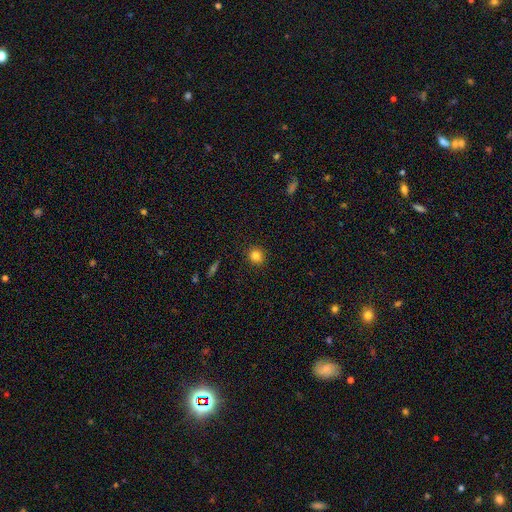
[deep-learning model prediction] smooth-or-featured: smooth: 82% | star or artifact: 12% | featured or disk: 6%
  how-rounded: round: 85% | in between: 14% | cigar-shaped: 1%
  merging: none: 91% | minor disturbance: 6% | major disturbance: 2% | merger: 1%